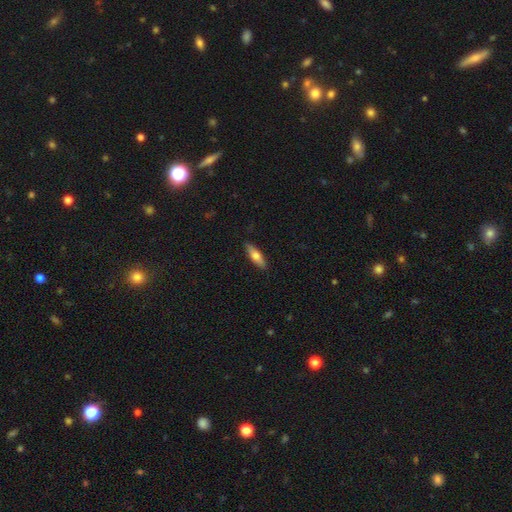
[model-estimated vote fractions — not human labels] Smooth or featured? smooth (64%)
How rounded? cigar-shaped (58%)
Merging? none (88%)